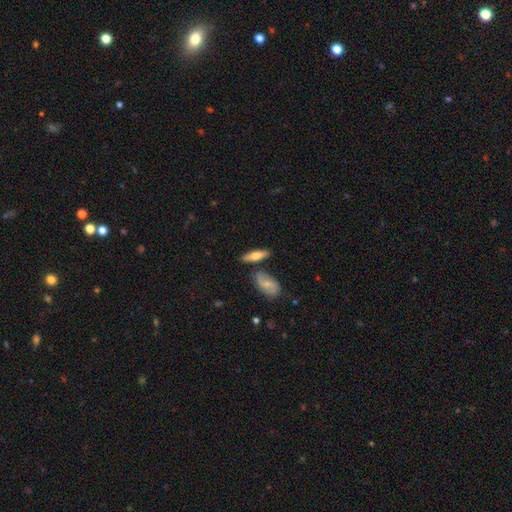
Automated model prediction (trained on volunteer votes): This appears to be a smooth galaxy with no disk features (61%) that is cigar-shaped (50%). Merging: none (71%).